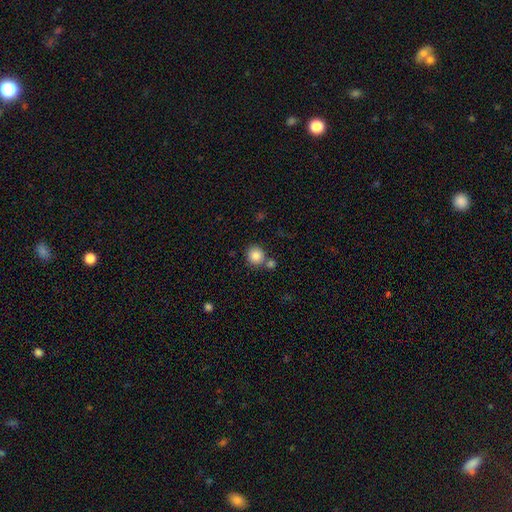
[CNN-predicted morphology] smooth_or_featured: smooth (p=0.83) [alt: star or artifact p=0.10]
how_rounded: round (p=0.91) [alt: in between p=0.08]
merging: none (p=0.71) [alt: merger p=0.19]